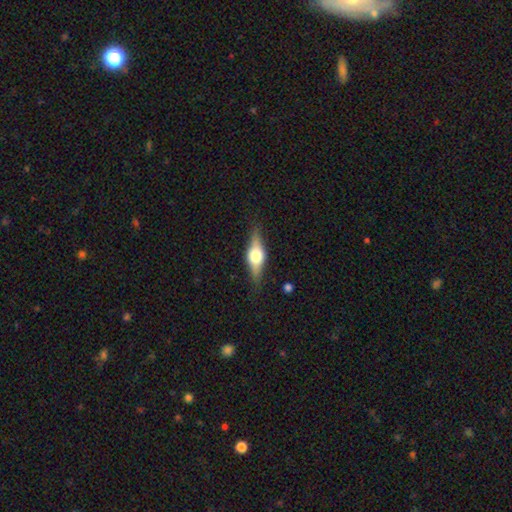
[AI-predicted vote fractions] Smooth or featured?
  - featured or disk: 63% *
  - smooth: 30%
  - star or artifact: 7%
Edge-on disk?
  - yes: 95% *
  - no: 5%
Edge-on bulge?
  - rounded: 91% *
  - boxy: 8%
  - none: 1%
Merging?
  - none: 82% *
  - minor disturbance: 13%
  - major disturbance: 3%
  - merger: 1%